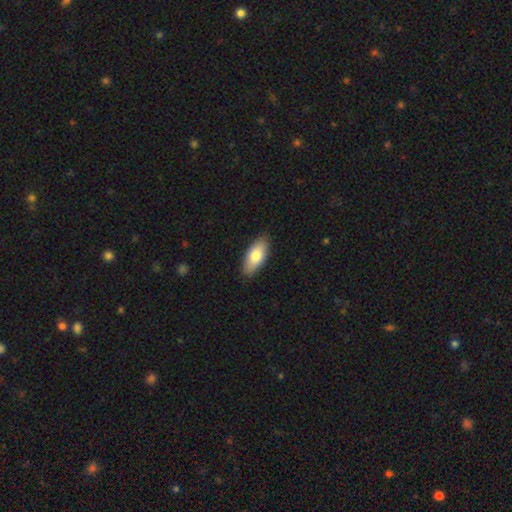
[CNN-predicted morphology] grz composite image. It shows a smooth galaxy with no disk features (80%) that is in between round and cigar-shaped (87%). Merging: none (86%).